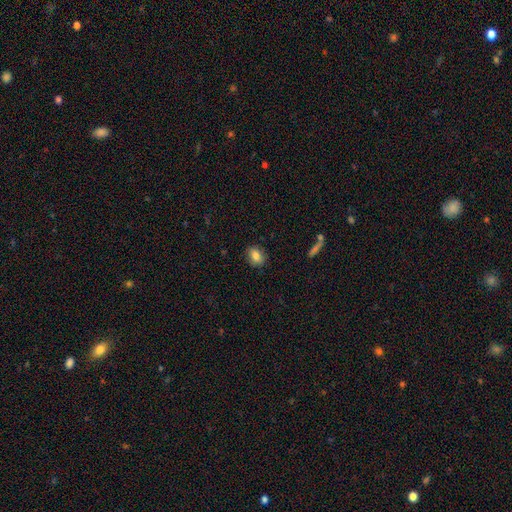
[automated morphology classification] The model was most divided on "how rounded": in between: 61%, round: 37%, cigar-shaped: 2%. More confident: merging — none (86%); smooth or featured — smooth (83%).